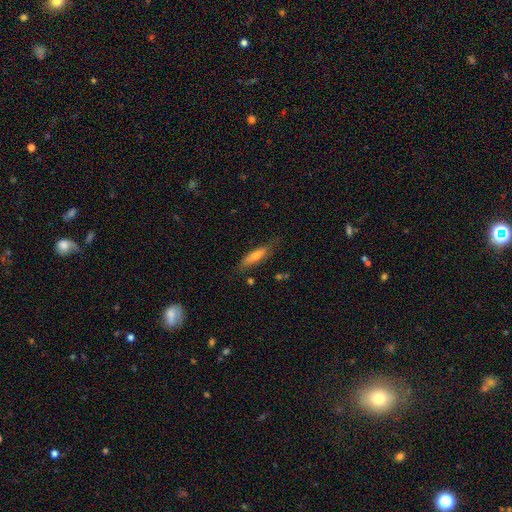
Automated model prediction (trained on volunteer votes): A smooth galaxy with no disk features (56%) that is cigar-shaped (77%). Merging: none (74%).